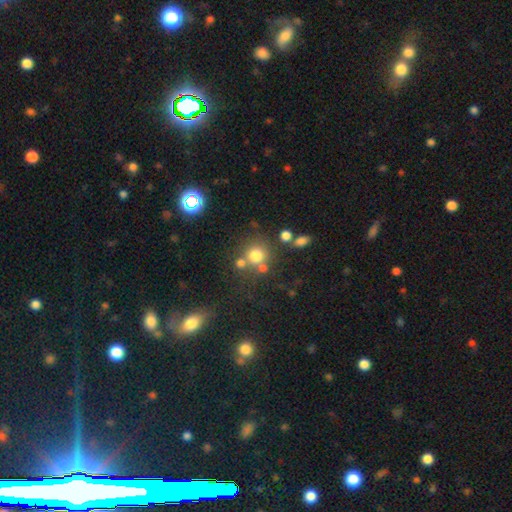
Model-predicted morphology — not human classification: Smooth or featured? smooth (74%)
How rounded? round (89%)
Merging? none (61%)